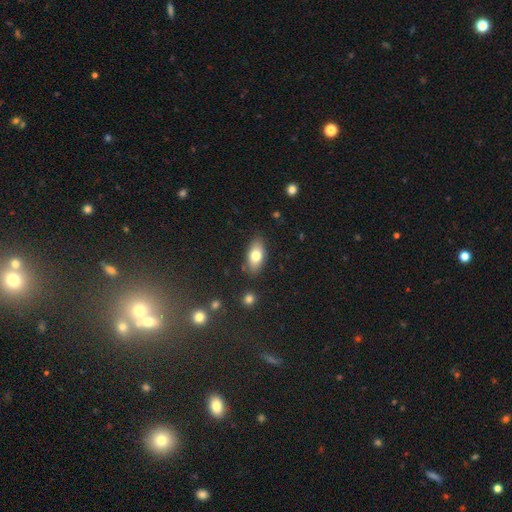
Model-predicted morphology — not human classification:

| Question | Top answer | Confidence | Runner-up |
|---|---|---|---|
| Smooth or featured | smooth | 76% | featured or disk (16%) |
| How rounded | in between | 88% | cigar-shaped (7%) |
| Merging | none | 83% | minor disturbance (12%) |